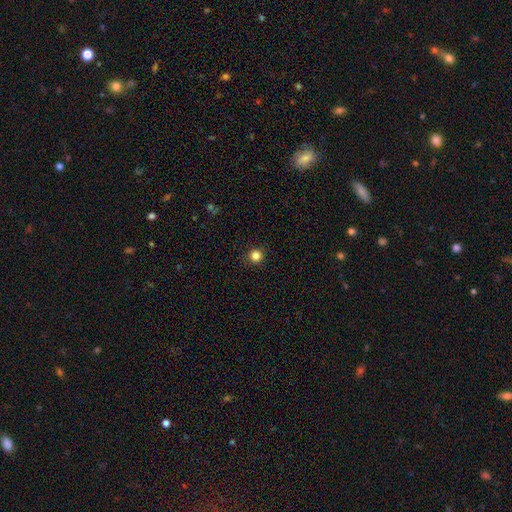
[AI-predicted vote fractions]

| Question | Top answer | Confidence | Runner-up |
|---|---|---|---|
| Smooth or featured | smooth | 84% | star or artifact (12%) |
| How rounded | round | 94% | in between (5%) |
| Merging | none | 92% | minor disturbance (5%) |